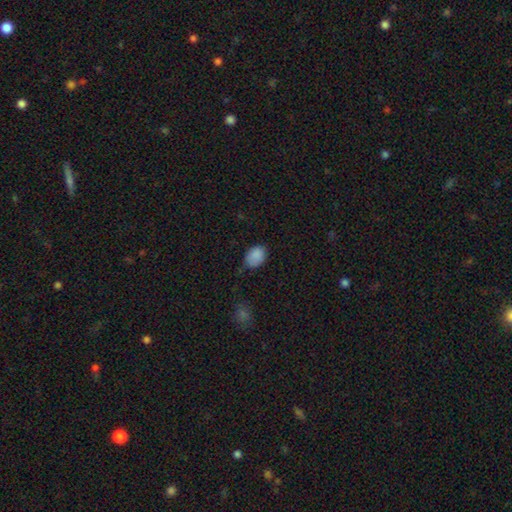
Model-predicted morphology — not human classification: Smooth or featured? smooth (87%)
How rounded? in between (74%)
Merging? none (62%)